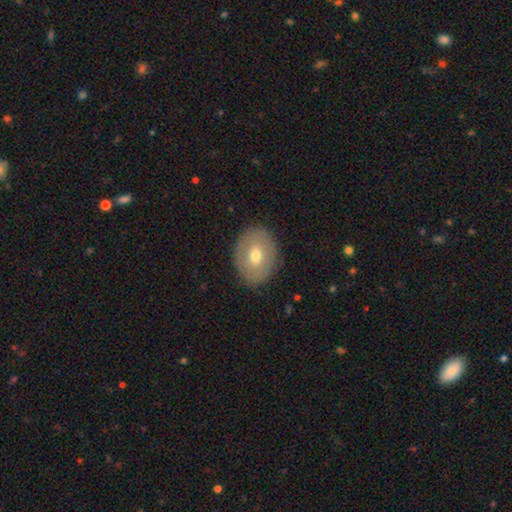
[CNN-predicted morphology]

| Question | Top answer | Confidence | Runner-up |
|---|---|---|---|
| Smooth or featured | smooth | 62% | featured or disk (30%) |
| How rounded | in between | 62% | round (37%) |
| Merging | none | 87% | minor disturbance (10%) |